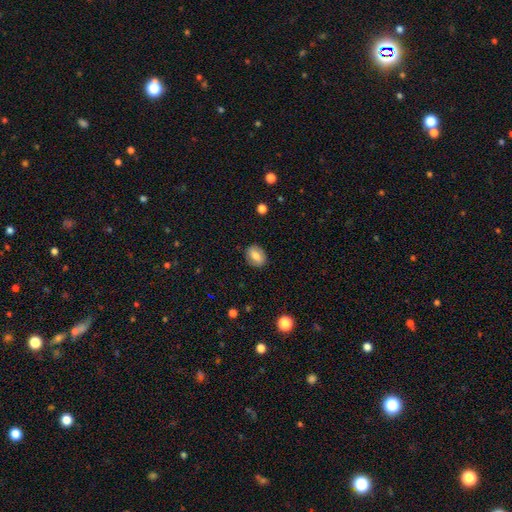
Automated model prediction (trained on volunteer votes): Overall: smooth (77%). How rounded: in between (63%; round 35%). Merging: none (87%).